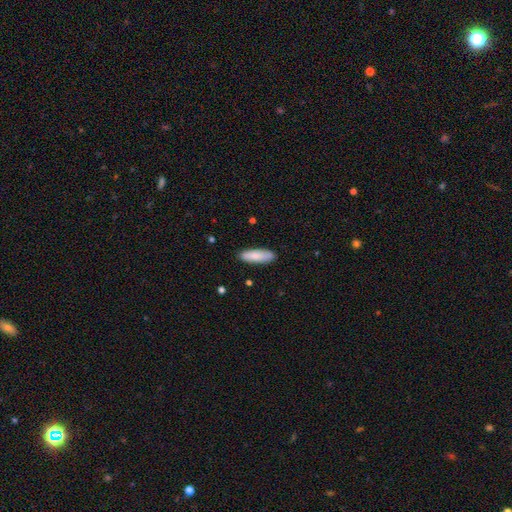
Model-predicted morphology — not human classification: Smooth or featured?
  - smooth: 85% *
  - featured or disk: 10%
  - star or artifact: 5%
How rounded?
  - in between: 51% *
  - cigar-shaped: 47%
  - round: 2%
Merging?
  - none: 88% *
  - minor disturbance: 9%
  - major disturbance: 2%
  - merger: 1%